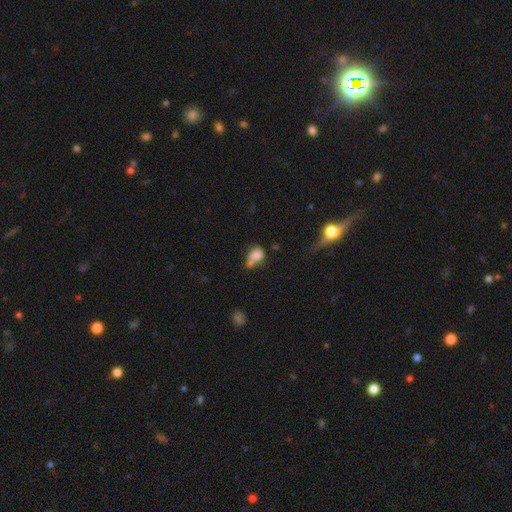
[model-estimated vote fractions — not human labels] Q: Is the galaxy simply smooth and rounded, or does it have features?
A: smooth — 72%.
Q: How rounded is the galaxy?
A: in between — 58%.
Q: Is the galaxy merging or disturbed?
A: merger — 45%.